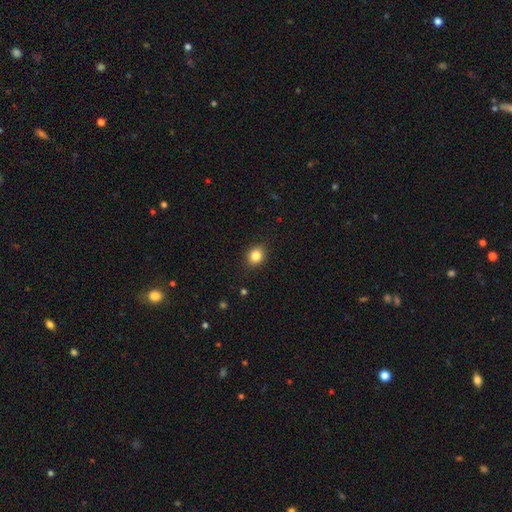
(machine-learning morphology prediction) Smooth or featured?
  - smooth: 84% *
  - star or artifact: 11%
  - featured or disk: 6%
How rounded?
  - round: 65% *
  - in between: 34%
  - cigar-shaped: 1%
Merging?
  - none: 89% *
  - minor disturbance: 8%
  - major disturbance: 2%
  - merger: 1%